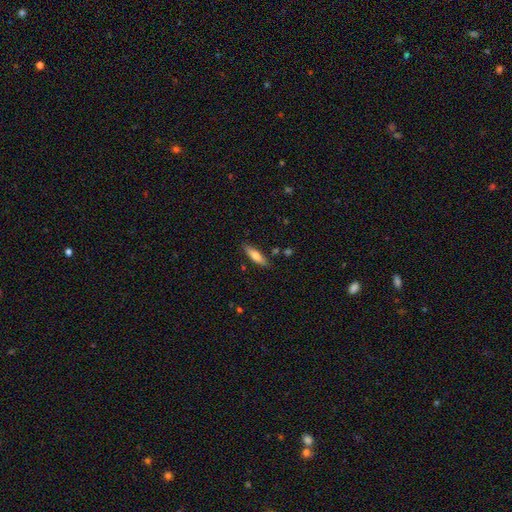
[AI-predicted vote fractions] This is likely a smooth galaxy (68%). How rounded: likely cigar-shaped (62%). Merging: clearly none (84%).